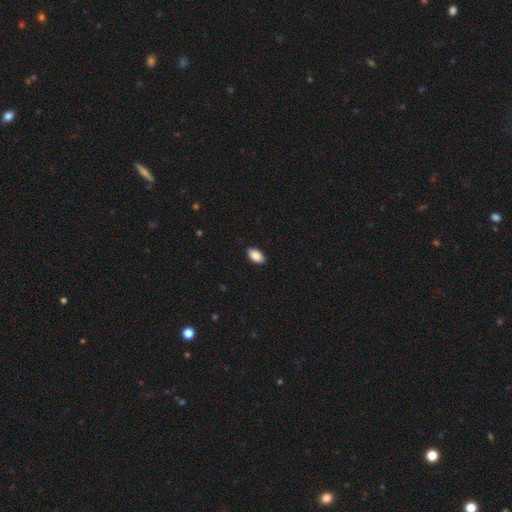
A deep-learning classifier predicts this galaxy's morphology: Smooth or featured: smooth — 89% (star or artifact — 7%)
How rounded: in between — 94% (round — 4%)
Merging: none — 89% (minor disturbance — 9%)